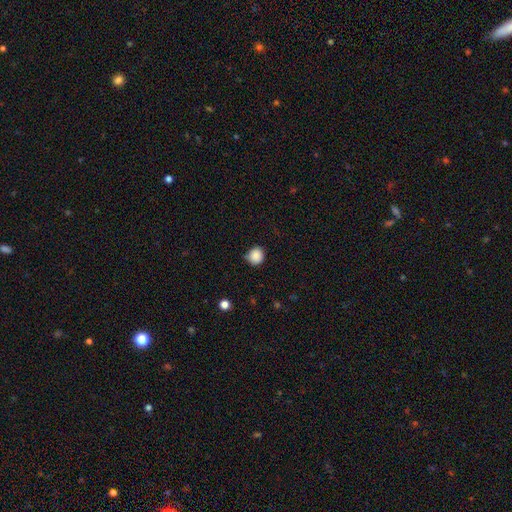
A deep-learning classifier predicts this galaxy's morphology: The model was most divided on "merging": none: 74%, minor disturbance: 21%, major disturbance: 4%, merger: 2%. More confident: how rounded — round (89%); smooth or featured — smooth (87%).